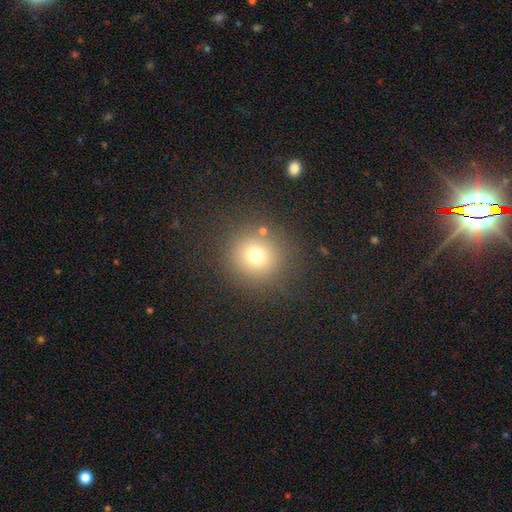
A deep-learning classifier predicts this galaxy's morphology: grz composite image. It shows a smooth galaxy with no disk features (71%) that is round (93%). Merging: none (84%).